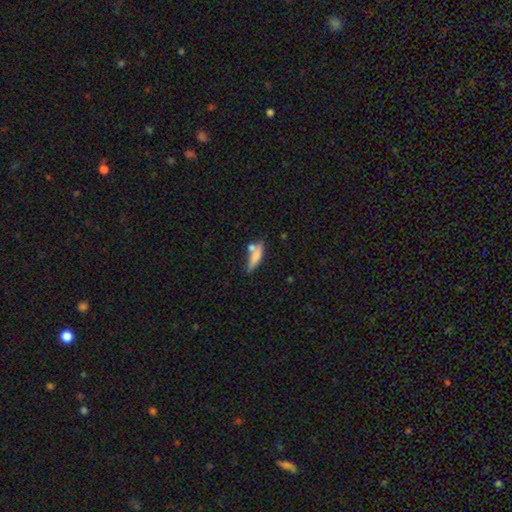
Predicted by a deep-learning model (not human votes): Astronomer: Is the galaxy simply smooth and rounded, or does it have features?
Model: smooth — 71%.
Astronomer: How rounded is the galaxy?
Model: cigar-shaped — 64%.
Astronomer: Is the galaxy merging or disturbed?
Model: none — 51%.